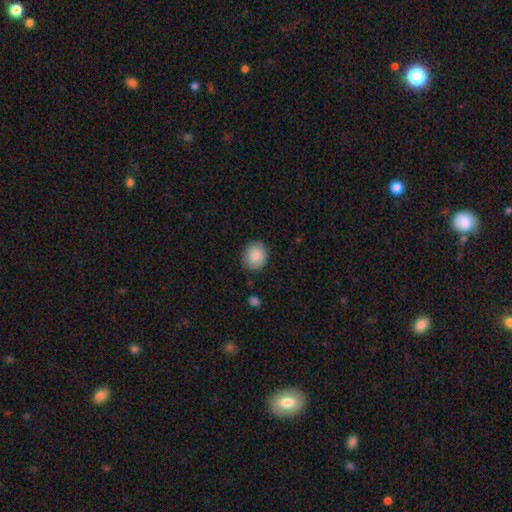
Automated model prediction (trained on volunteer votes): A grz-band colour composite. It shows a smooth galaxy with no disk features (88%) that is round (65%). Merging: none (84%).